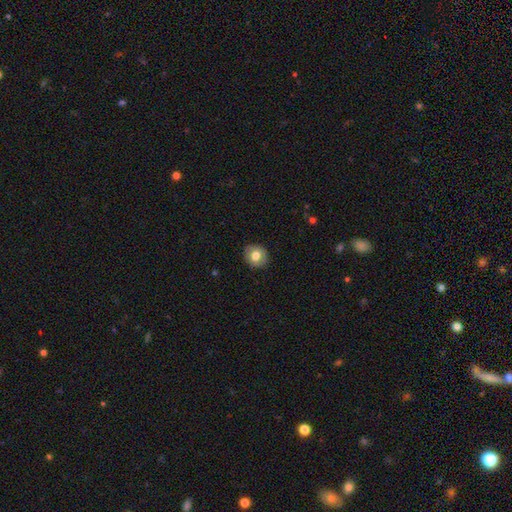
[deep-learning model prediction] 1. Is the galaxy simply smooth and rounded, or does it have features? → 72% smooth, 20% featured or disk, 8% star or artifact.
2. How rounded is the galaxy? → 81% round, 18% in between, 1% cigar-shaped.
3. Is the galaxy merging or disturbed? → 86% none, 11% minor disturbance, 2% major disturbance, 1% merger.